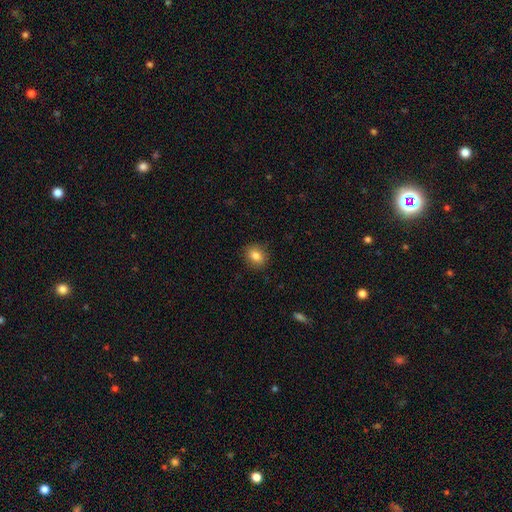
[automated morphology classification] This is clearly a smooth galaxy (84%). How rounded: possibly round (57%). Merging: clearly none (87%).